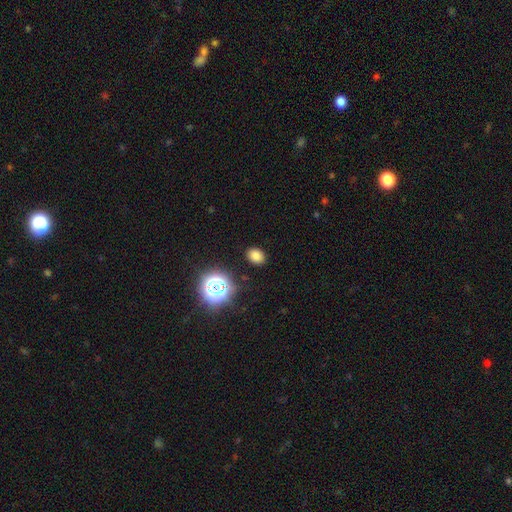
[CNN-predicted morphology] The model was most divided on "how rounded": in between: 59%, round: 40%, cigar-shaped: 1%. More confident: merging — none (87%); smooth or featured — smooth (76%).